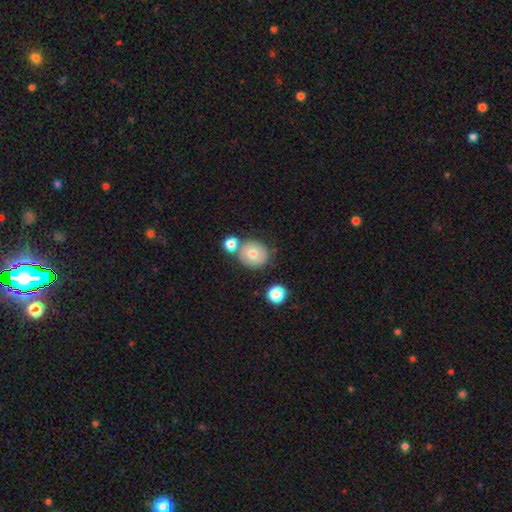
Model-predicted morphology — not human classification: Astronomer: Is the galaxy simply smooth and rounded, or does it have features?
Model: smooth — 62%.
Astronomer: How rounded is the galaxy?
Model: round — 79%.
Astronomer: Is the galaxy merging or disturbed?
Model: none — 72%.